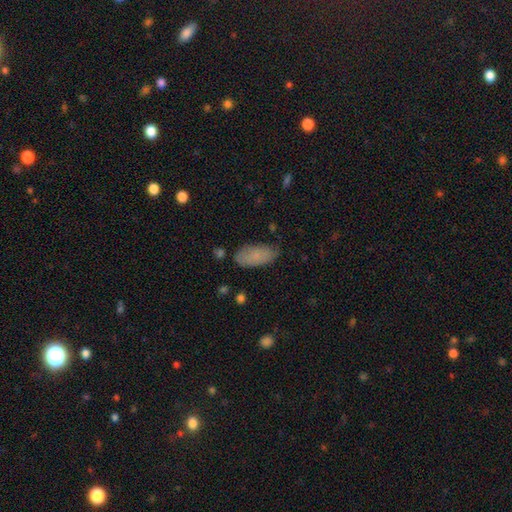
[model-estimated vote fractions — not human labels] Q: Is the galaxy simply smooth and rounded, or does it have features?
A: smooth — 82%.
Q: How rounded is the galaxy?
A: in between — 89%.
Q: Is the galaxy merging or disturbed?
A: none — 73%.